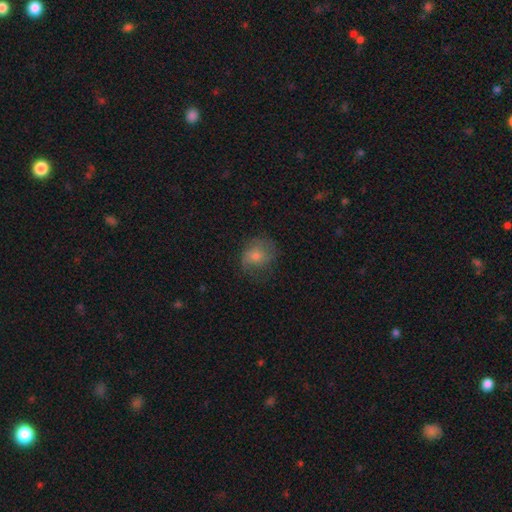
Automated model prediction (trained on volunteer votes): Smooth or featured? Predicted: smooth (p=0.51). How rounded? Predicted: round (p=0.68). Merging? Predicted: none (p=0.67).